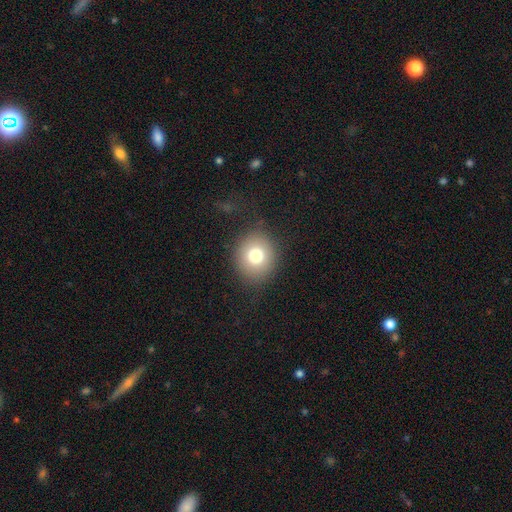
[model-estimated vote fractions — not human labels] smooth 76%, star or artifact 12%, featured or disk 12%. Down the decision tree: how rounded — round (83%); merging — none (85%).